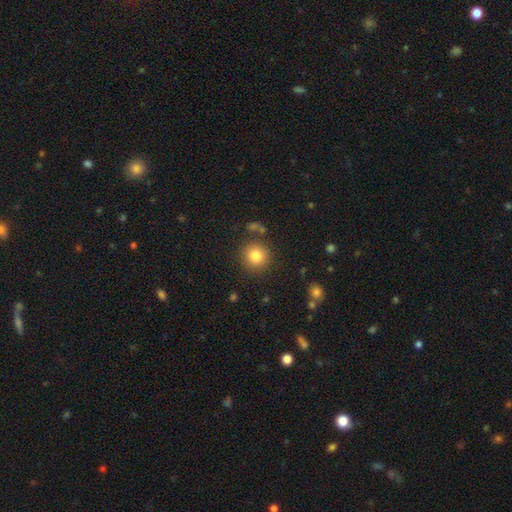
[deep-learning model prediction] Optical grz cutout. It shows a smooth galaxy with no disk features (82%) that is round (92%). Merging: none (85%).